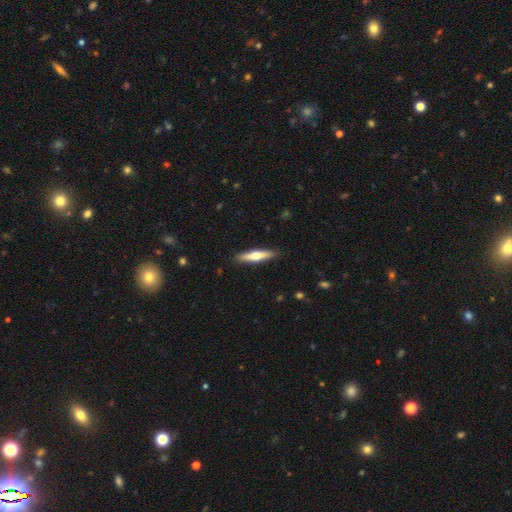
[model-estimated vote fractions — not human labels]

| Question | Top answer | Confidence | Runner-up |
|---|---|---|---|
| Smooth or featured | smooth | 50% | featured or disk (45%) |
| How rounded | cigar-shaped | 82% | in between (16%) |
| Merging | none | 90% | minor disturbance (7%) |